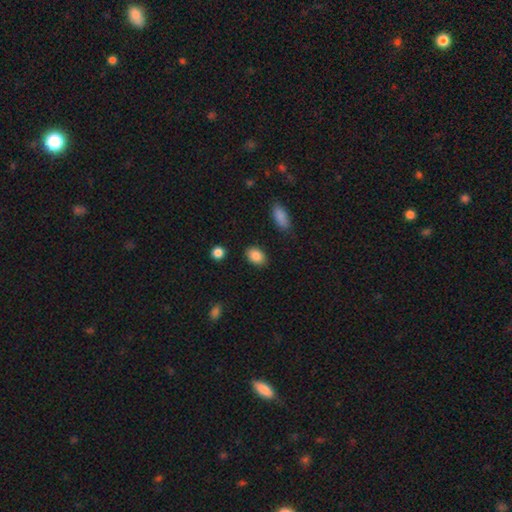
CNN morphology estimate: A smooth galaxy with no disk features (88%) that is in between round and cigar-shaped (83%).

Vote fractions:
- Smooth or featured? smooth: 88% / star or artifact: 8% / featured or disk: 5%
- How rounded? in between: 83% / round: 16% / cigar-shaped: 1%
- Merging? none: 86% / minor disturbance: 9% / major disturbance: 3% / merger: 2%